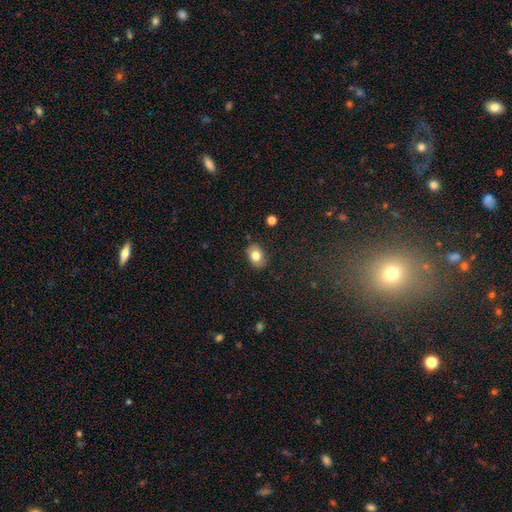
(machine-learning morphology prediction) Smooth or featured?
  - smooth: 80% *
  - featured or disk: 12%
  - star or artifact: 9%
How rounded?
  - in between: 72% *
  - round: 27%
  - cigar-shaped: 1%
Merging?
  - none: 84% *
  - minor disturbance: 12%
  - major disturbance: 3%
  - merger: 1%